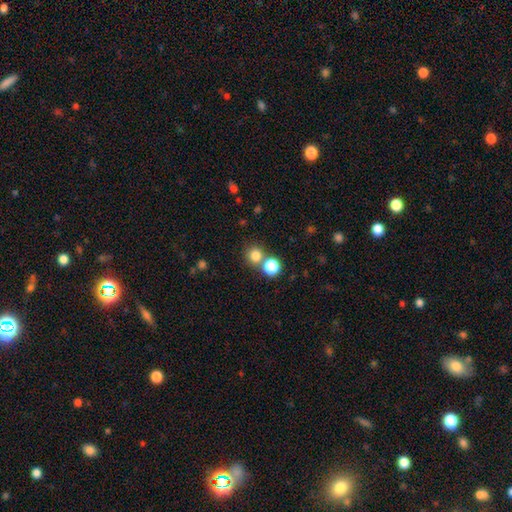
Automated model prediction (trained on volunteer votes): Smooth or featured?
  - smooth: 79% *
  - star or artifact: 15%
  - featured or disk: 6%
How rounded?
  - round: 91% *
  - in between: 8%
  - cigar-shaped: 1%
Merging?
  - none: 65% *
  - merger: 25%
  - minor disturbance: 7%
  - major disturbance: 3%